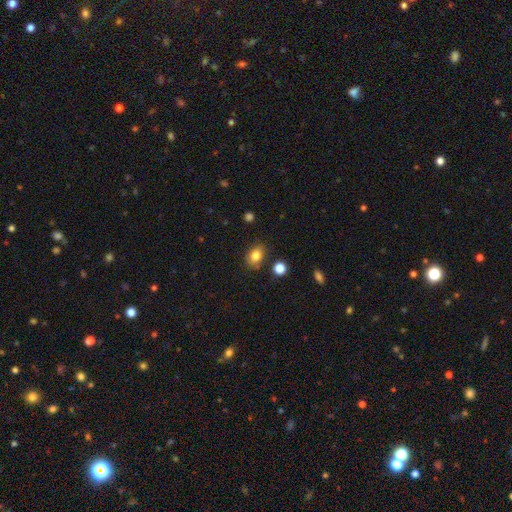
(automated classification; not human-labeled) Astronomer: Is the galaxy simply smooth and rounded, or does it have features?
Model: smooth — 81%.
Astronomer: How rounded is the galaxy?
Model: in between — 73%.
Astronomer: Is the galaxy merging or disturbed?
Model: none — 80%.